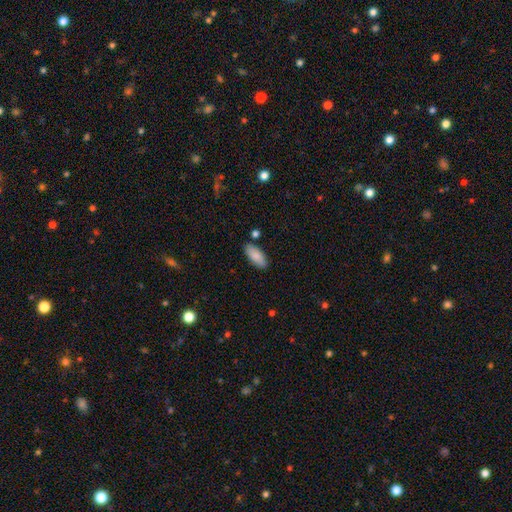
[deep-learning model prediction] Morphology: type=smooth (86%); roundness=in between (82%); merging=none (83%).